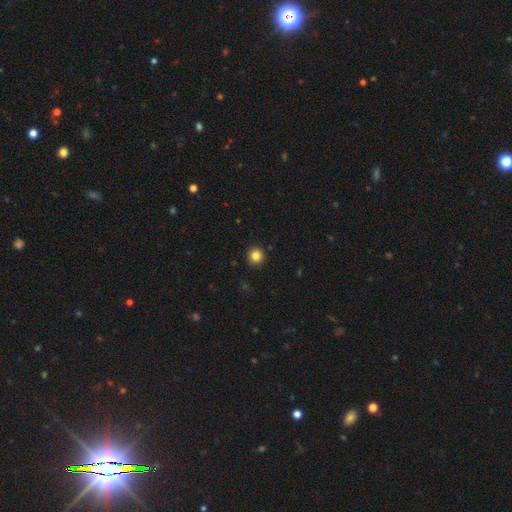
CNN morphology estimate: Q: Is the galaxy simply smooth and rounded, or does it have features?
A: smooth — 84%.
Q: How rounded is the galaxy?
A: round — 95%.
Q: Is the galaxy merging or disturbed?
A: none — 93%.